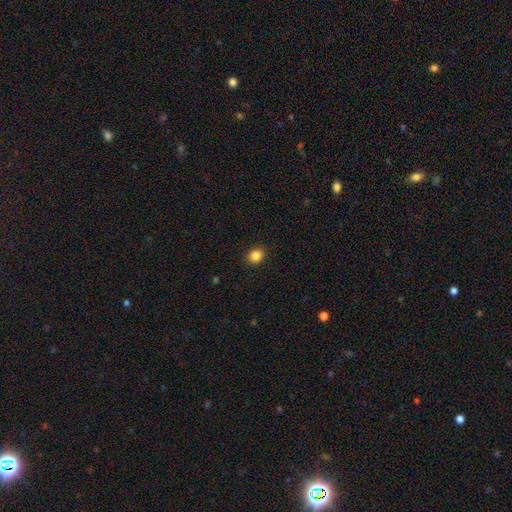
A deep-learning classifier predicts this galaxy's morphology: A smooth galaxy with no disk features (85%) that is round (68%).

Vote fractions:
- Smooth or featured? smooth: 85% / star or artifact: 11% / featured or disk: 4%
- How rounded? round: 68% / in between: 31% / cigar-shaped: 1%
- Merging? none: 91% / minor disturbance: 7% / major disturbance: 2% / merger: 1%